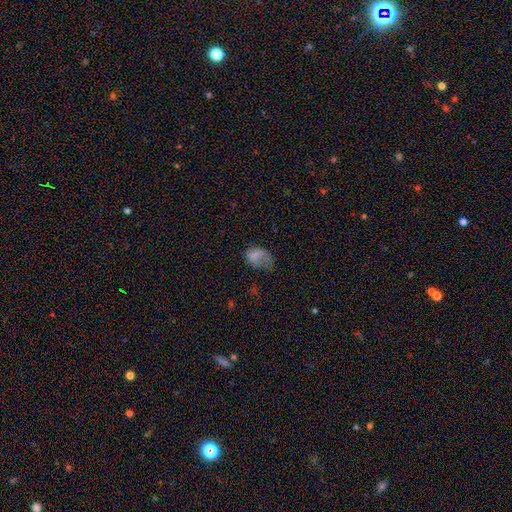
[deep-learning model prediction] Morphology: type=smooth (71%); roundness=in between (78%); merging=major disturbance (41%).